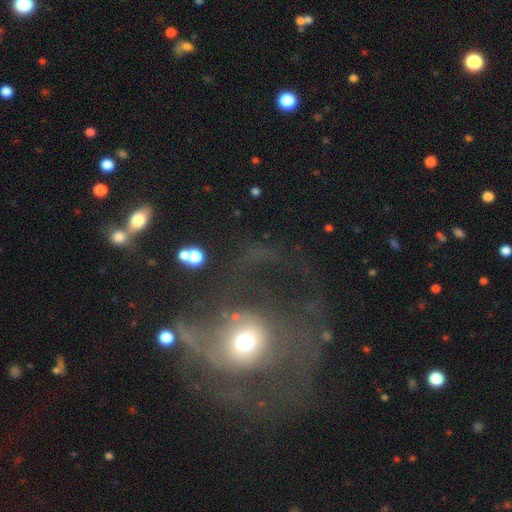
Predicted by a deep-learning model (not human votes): A featured or disk galaxy (49%). Merging: major disturbance (47%).